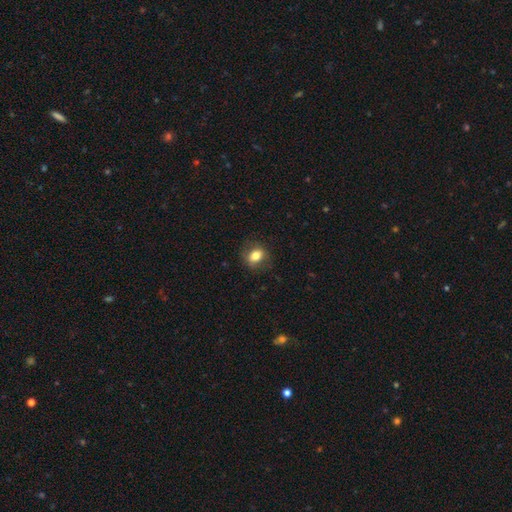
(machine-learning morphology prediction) A smooth galaxy with no disk features (76%) that is in between round and cigar-shaped (53%). Merging: none (82%).